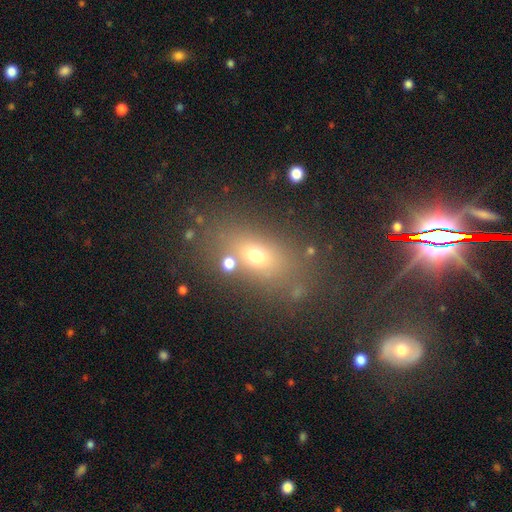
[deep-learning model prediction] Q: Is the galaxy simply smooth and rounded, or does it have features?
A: smooth — 62%.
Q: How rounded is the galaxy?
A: in between — 69%.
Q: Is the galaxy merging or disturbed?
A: none — 71%.